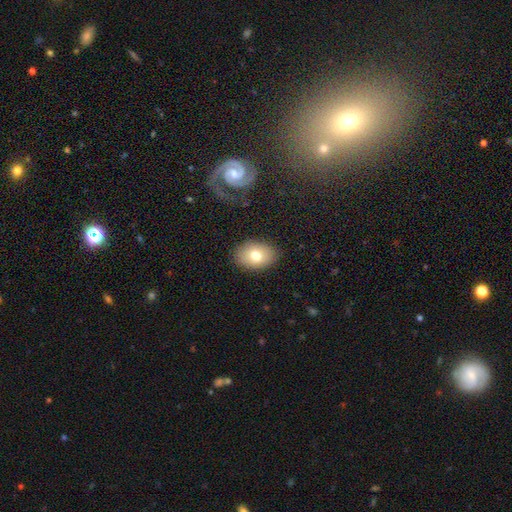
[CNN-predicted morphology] This is likely a smooth galaxy (74%). How rounded: likely in between (77%). Merging: clearly none (86%).